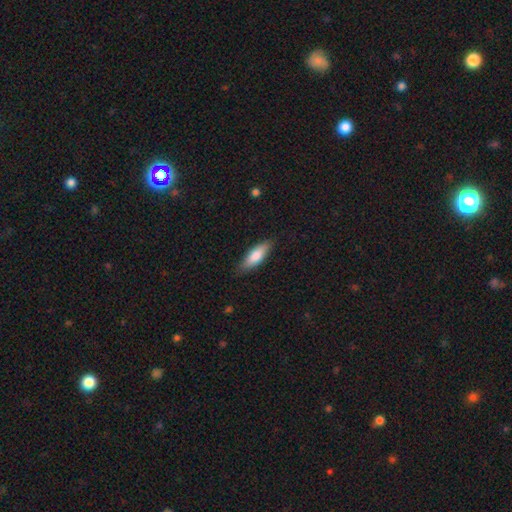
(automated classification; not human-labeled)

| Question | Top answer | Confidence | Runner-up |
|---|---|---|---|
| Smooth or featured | smooth | 76% | featured or disk (18%) |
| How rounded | in between | 58% | cigar-shaped (40%) |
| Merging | none | 83% | minor disturbance (13%) |